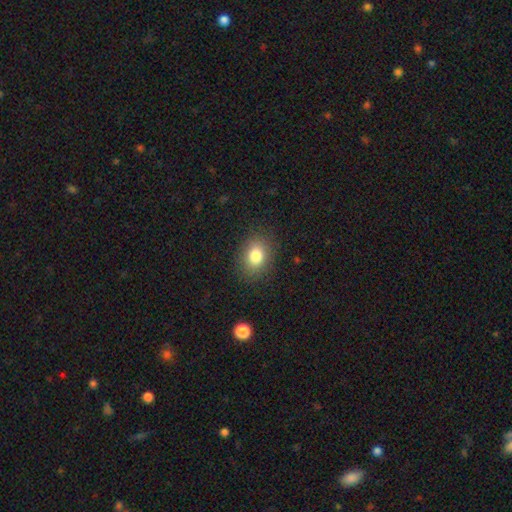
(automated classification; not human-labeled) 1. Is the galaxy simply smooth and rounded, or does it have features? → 81% smooth, 11% star or artifact, 8% featured or disk.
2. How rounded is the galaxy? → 58% in between, 41% round, 1% cigar-shaped.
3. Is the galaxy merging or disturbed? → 86% none, 9% minor disturbance, 3% major disturbance, 1% merger.